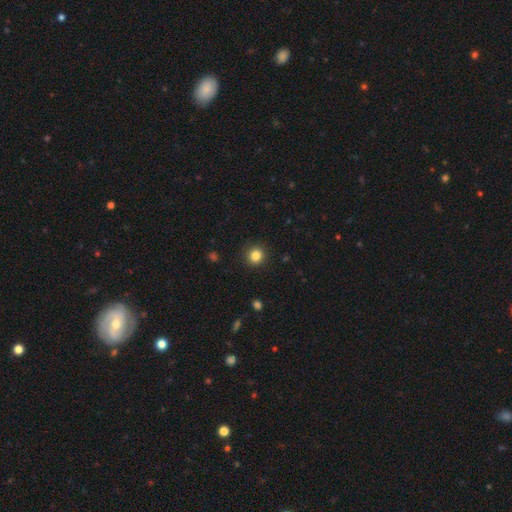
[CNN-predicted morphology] Smooth or featured? smooth (84%)
How rounded? round (91%)
Merging? none (91%)